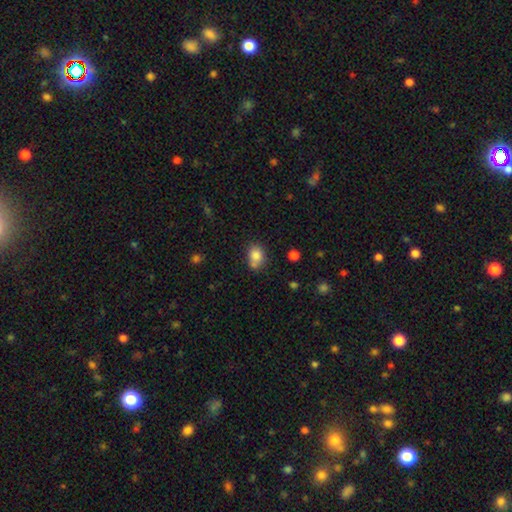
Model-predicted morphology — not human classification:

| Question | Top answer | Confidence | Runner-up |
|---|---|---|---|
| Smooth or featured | smooth | 82% | star or artifact (10%) |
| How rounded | in between | 58% | round (41%) |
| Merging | none | 56% | minor disturbance (20%) |